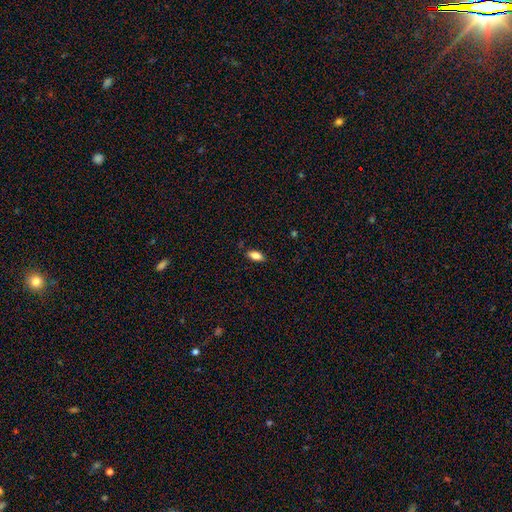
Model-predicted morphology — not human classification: Q: Smooth or featured?
A: smooth (84%); runner-up: star or artifact (8%)
Q: How rounded?
A: in between (87%); runner-up: cigar-shaped (10%)
Q: Merging?
A: none (85%); runner-up: minor disturbance (11%)